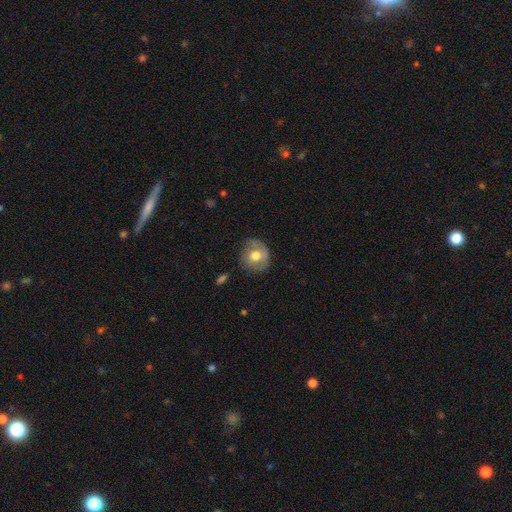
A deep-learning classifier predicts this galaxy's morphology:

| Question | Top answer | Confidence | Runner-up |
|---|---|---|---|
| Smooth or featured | smooth | 62% | featured or disk (30%) |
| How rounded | round | 83% | in between (16%) |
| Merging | none | 67% | minor disturbance (24%) |